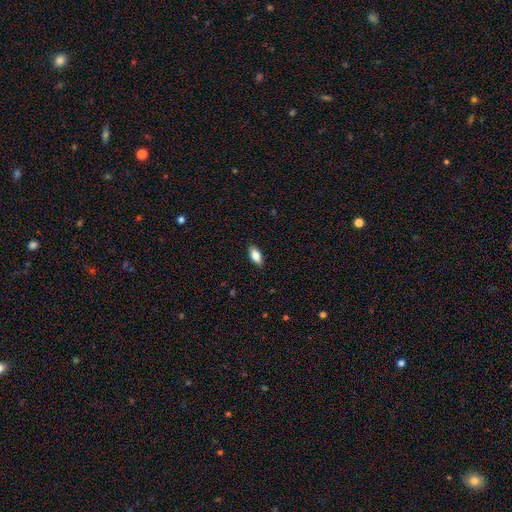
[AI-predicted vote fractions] Smooth or featured? Predicted: smooth (p=0.86). How rounded? Predicted: in between (p=0.89). Merging? Predicted: none (p=0.89).